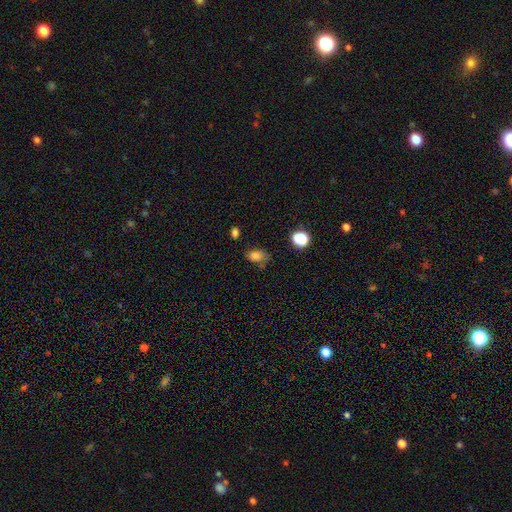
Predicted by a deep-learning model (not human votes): A smooth galaxy with no disk features (79%) that is in between round and cigar-shaped (82%).

Vote fractions:
- Smooth or featured? smooth: 79% / star or artifact: 13% / featured or disk: 8%
- How rounded? in between: 82% / round: 16% / cigar-shaped: 1%
- Merging? none: 62% / minor disturbance: 24% / major disturbance: 7% / merger: 6%